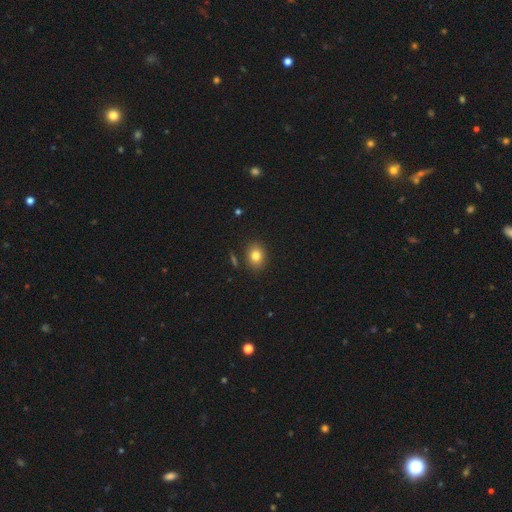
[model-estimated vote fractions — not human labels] smooth_or_featured: smooth (p=0.82) [alt: star or artifact p=0.11]
how_rounded: in between (p=0.53) [alt: round p=0.46]
merging: none (p=0.86) [alt: minor disturbance p=0.09]